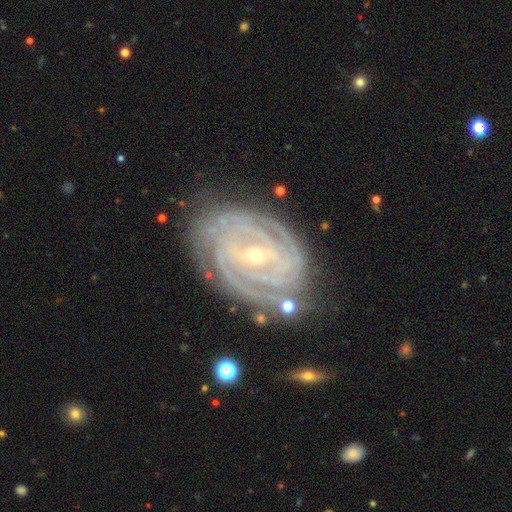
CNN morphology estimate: Smooth or featured: featured or disk — 92% (star or artifact — 5%)
Edge-on disk: no — 97% (yes — 3%)
Bar: weak — 42% (strong — 31%)
Spiral arms: yes — 98% (no — 2%)
Spiral winding: tight — 82% (medium — 15%)
Spiral arm count: 3 — 25% (4 — 24%)
Bulge size: small — 69% (moderate — 28%)
Merging: none — 76% (minor disturbance — 17%)